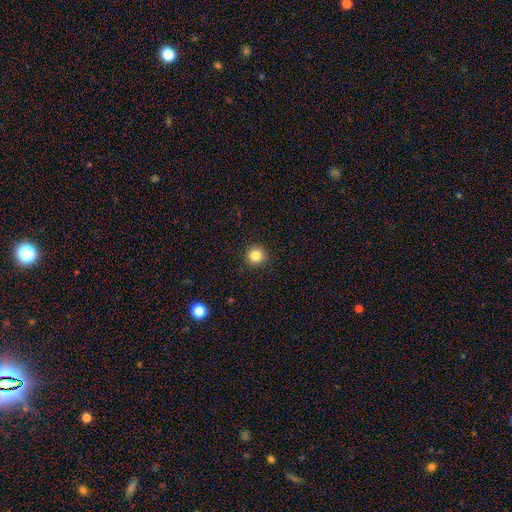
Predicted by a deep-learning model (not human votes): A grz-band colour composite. It shows a smooth galaxy with no disk features (84%) that is round (95%). Merging: none (92%).